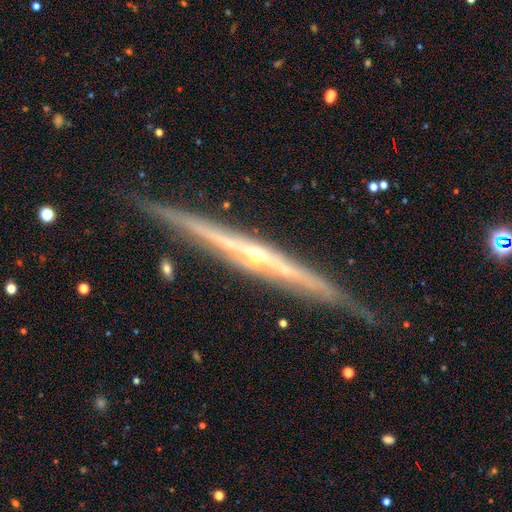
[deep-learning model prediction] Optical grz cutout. It shows a featured or disk galaxy (87%) viewed edge-on (98%) with a rounded central bulge (74%). Merging: none (88%).